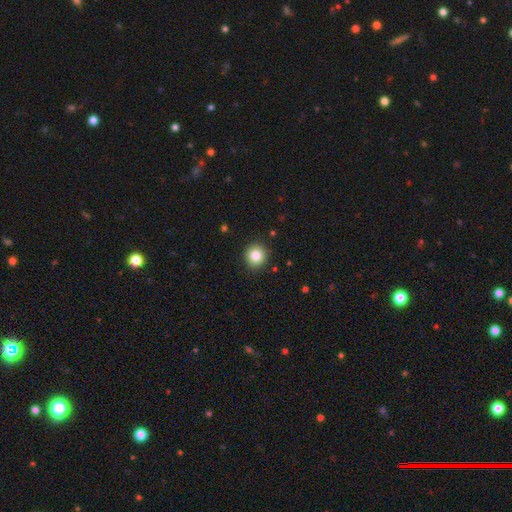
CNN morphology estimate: Q: Smooth or featured?
A: smooth (84%); runner-up: star or artifact (10%)
Q: How rounded?
A: round (91%); runner-up: in between (8%)
Q: Merging?
A: none (90%); runner-up: minor disturbance (7%)